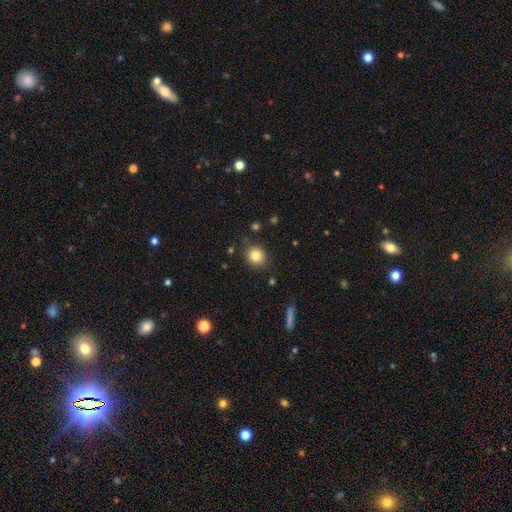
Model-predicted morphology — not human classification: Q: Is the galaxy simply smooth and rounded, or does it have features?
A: smooth — 83%.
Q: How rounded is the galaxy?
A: round — 84%.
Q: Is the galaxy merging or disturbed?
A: none — 86%.